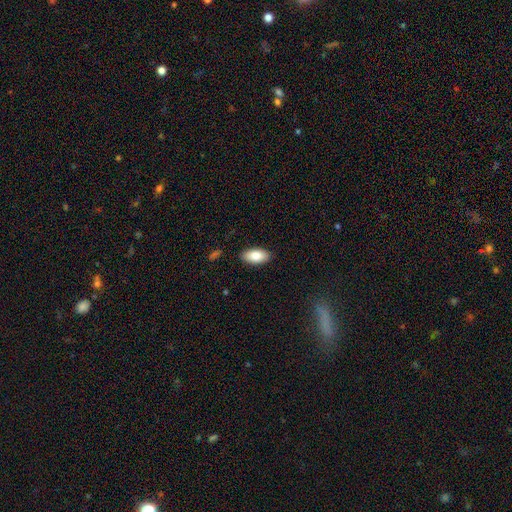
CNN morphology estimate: Smooth or featured? smooth (85%)
How rounded? in between (93%)
Merging? none (88%)